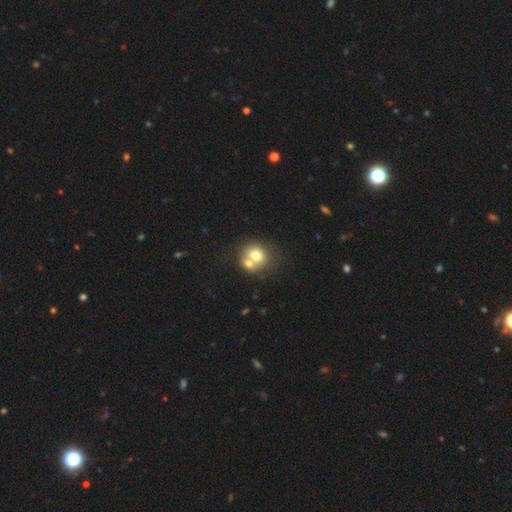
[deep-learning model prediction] Q: Smooth or featured?
A: smooth (70%); runner-up: featured or disk (21%)
Q: How rounded?
A: round (71%); runner-up: in between (28%)
Q: Merging?
A: merger (53%); runner-up: none (35%)